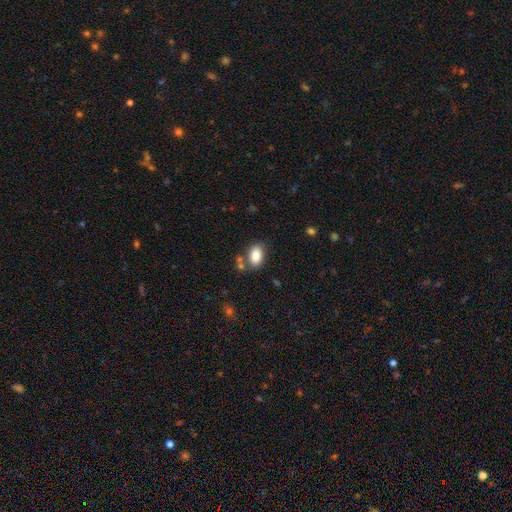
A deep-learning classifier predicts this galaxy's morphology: The model was most divided on "merging": none: 72%, minor disturbance: 13%, merger: 11%, major disturbance: 4%. More confident: how rounded — in between (86%); smooth or featured — smooth (86%).